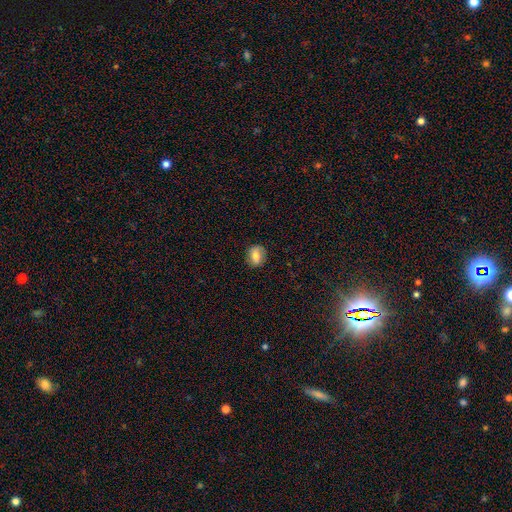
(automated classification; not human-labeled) Q: Smooth or featured?
A: smooth (71%); runner-up: featured or disk (20%)
Q: How rounded?
A: round (56%); runner-up: in between (42%)
Q: Merging?
A: none (83%); runner-up: minor disturbance (13%)